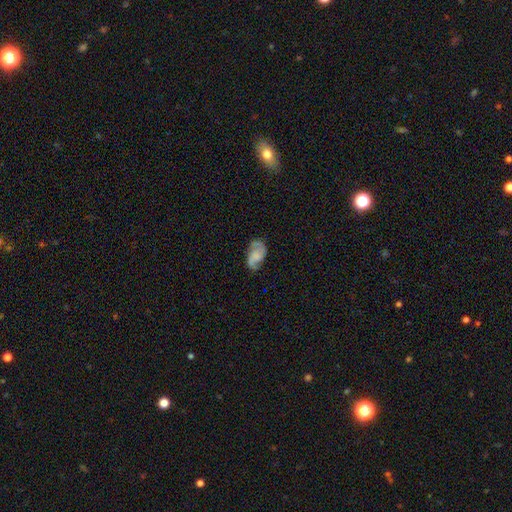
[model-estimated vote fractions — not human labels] smooth_or_featured: featured or disk (p=0.64) [alt: smooth p=0.28]
disk_edge_on: no (p=0.97) [alt: yes p=0.03]
bar: no (p=0.63) [alt: weak p=0.31]
has_spiral_arms: yes (p=0.91) [alt: no p=0.09]
spiral_winding: loose (p=0.46) [alt: medium p=0.40]
spiral_arm_count: 2 (p=0.86) [alt: can't tell p=0.05]
bulge_size: none (p=0.54) [alt: small p=0.18]
merging: none (p=0.64) [alt: minor disturbance p=0.22]